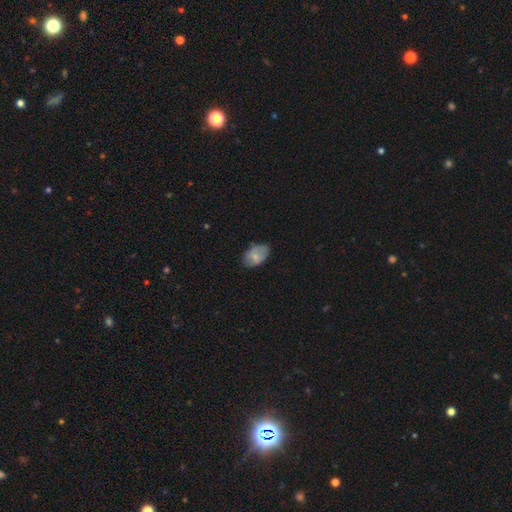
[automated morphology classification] Smooth or featured: smooth — 71% (featured or disk — 22%)
How rounded: in between — 88% (round — 11%)
Merging: none — 67% (minor disturbance — 26%)